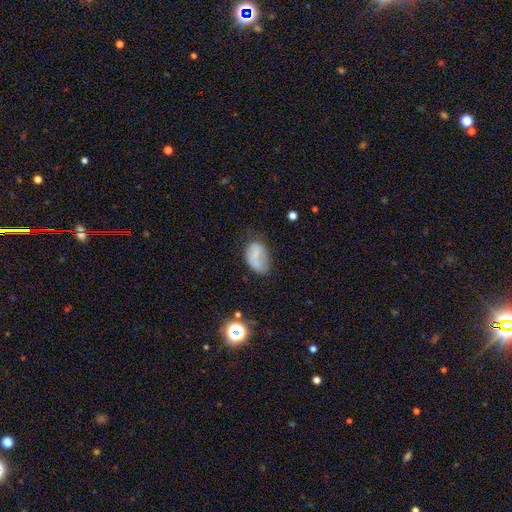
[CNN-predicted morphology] smooth 65%, featured or disk 24%, star or artifact 11%. Down the decision tree: how rounded — in between (86%); merging — none (46%).